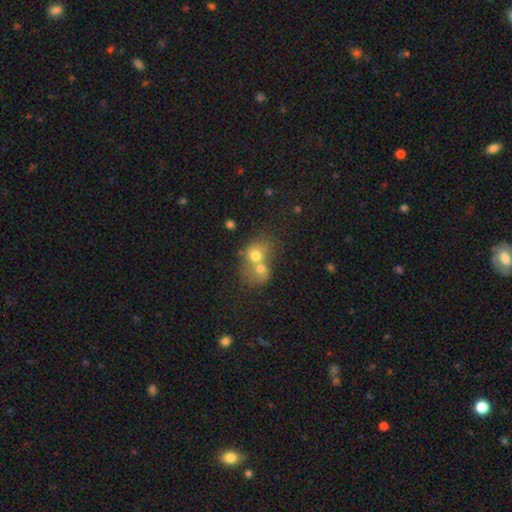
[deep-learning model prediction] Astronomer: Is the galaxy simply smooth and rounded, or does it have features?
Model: smooth — 67%.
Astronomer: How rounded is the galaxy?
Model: round — 63%.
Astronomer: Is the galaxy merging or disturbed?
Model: merger — 74%.